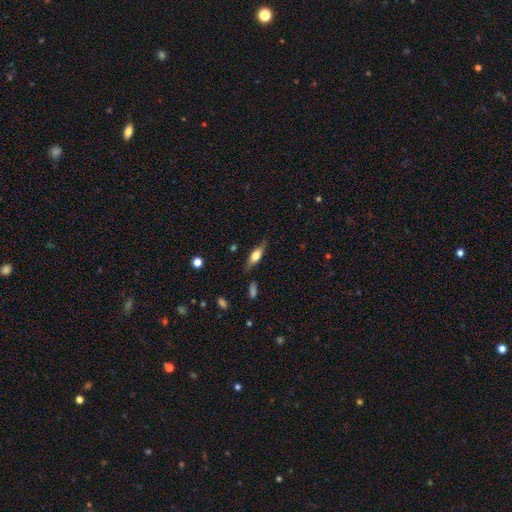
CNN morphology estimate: type=smooth (52%); roundness=in between (59%); merging=none (76%).